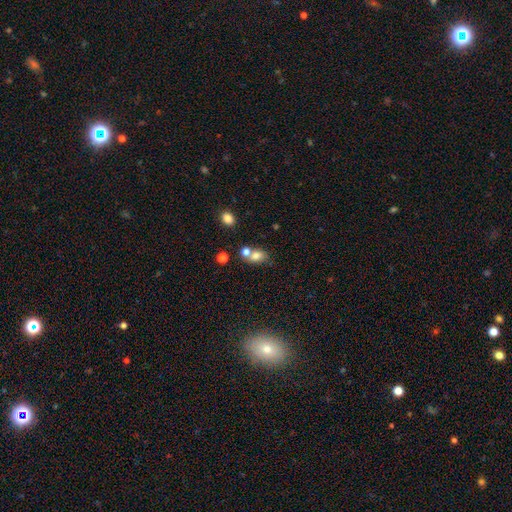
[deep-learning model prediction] Smooth or featured: smooth — 74% (featured or disk — 13%)
How rounded: in between — 64% (round — 34%)
Merging: none — 42% (tied with merger — 42%)